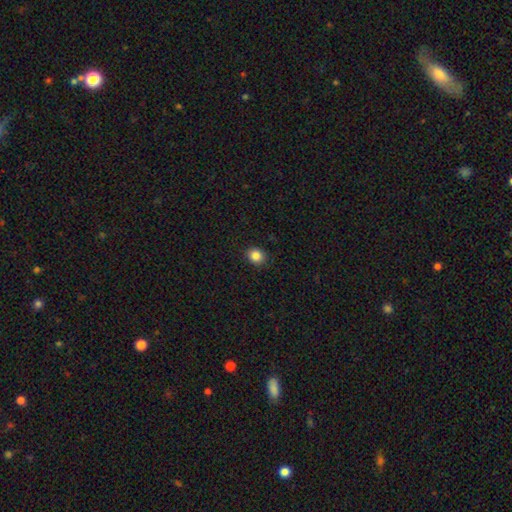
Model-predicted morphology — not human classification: smooth 85%, star or artifact 10%, featured or disk 4%. Down the decision tree: how rounded — round (78%); merging — none (91%).